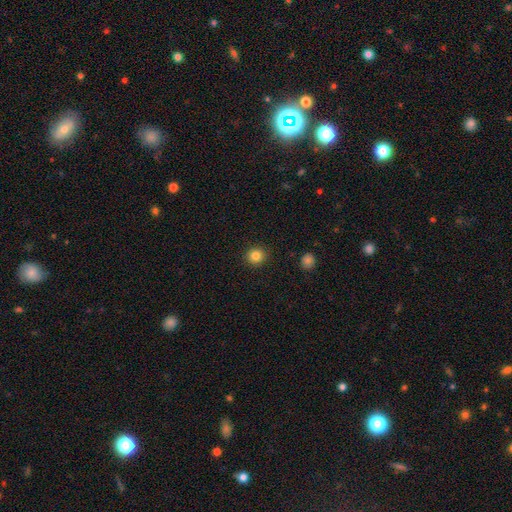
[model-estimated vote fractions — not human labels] Morphology: type=smooth (84%); roundness=round (90%); merging=none (91%).